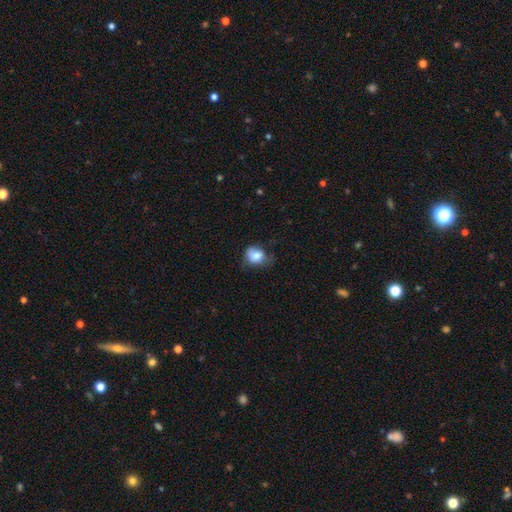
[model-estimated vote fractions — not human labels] Morphology: type=smooth (79%); roundness=round (52%); merging=none (44%).